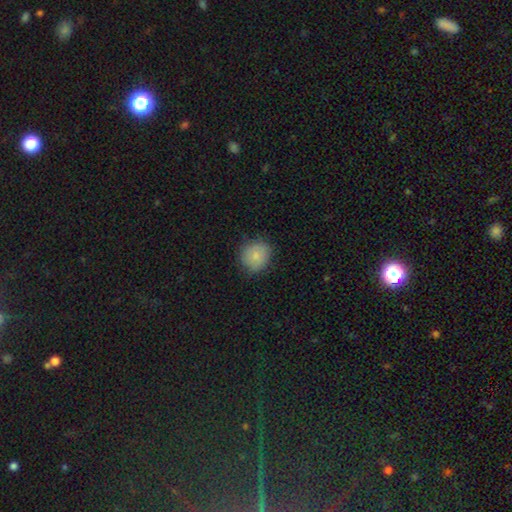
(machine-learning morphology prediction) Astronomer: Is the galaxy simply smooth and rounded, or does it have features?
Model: smooth — 83%.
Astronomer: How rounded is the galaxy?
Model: round — 80%.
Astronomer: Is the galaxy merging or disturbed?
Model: none — 78%.